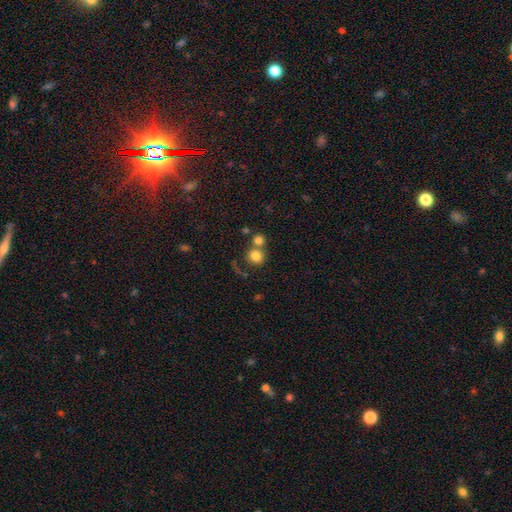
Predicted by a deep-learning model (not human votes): Morphology: type=smooth (80%); roundness=round (81%); merging=none (49%).